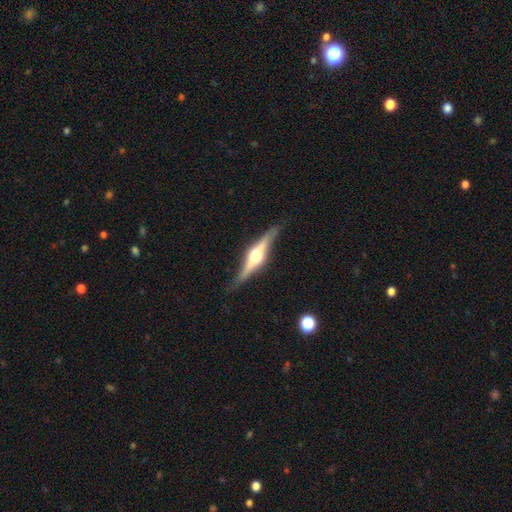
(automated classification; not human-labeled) This is clearly a featured or disk galaxy (82%). It is clearly viewed edge-on (98%). Edge-on bulge: clearly rounded (95%). Merging: clearly none (87%).